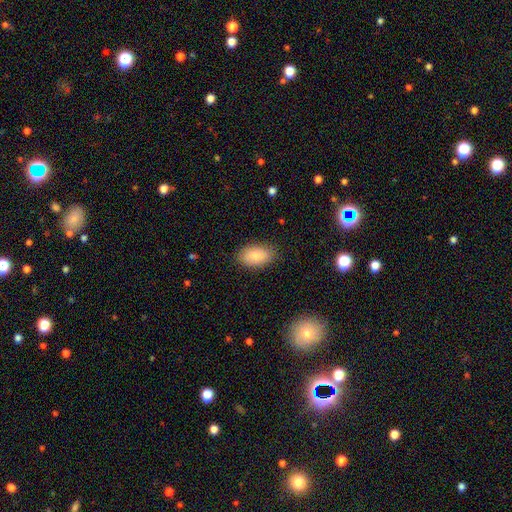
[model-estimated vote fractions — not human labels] Q: Smooth or featured?
A: smooth (85%); runner-up: featured or disk (9%)
Q: How rounded?
A: in between (93%); runner-up: round (5%)
Q: Merging?
A: none (83%); runner-up: minor disturbance (13%)